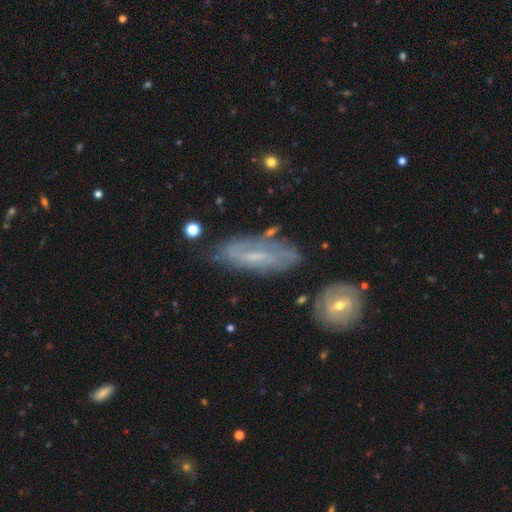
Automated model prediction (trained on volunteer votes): Morphology: type=featured or disk (64%); edge-on=no (81%); bar=weak (47%); spiral arms=yes (71%); bulge=small (59%); merging=none (67%).